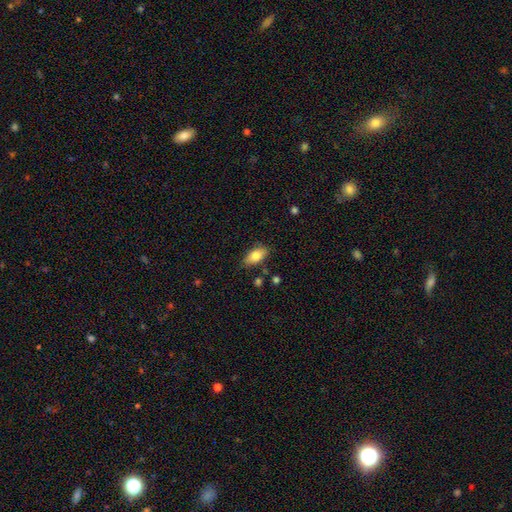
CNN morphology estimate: A smooth galaxy with no disk features (81%) that is in between round and cigar-shaped (89%). Merging: none (78%).